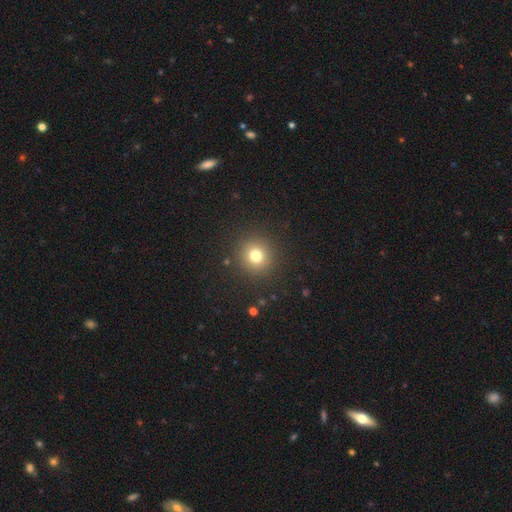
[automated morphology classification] type=smooth (77%); roundness=round (93%); merging=none (90%).